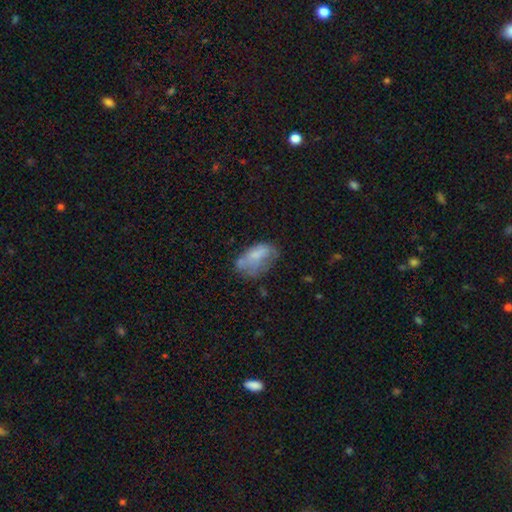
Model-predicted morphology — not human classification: smooth 64%, featured or disk 26%, star or artifact 9%. Down the decision tree: how rounded — in between (91%); merging — none (39%).